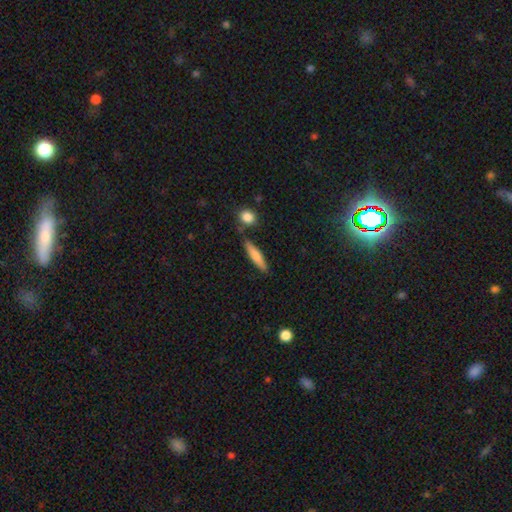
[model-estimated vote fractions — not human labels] Smooth or featured?
  - smooth: 75% *
  - featured or disk: 18%
  - star or artifact: 6%
How rounded?
  - cigar-shaped: 81% *
  - in between: 16%
  - round: 2%
Merging?
  - none: 80% *
  - minor disturbance: 11%
  - merger: 6%
  - major disturbance: 3%